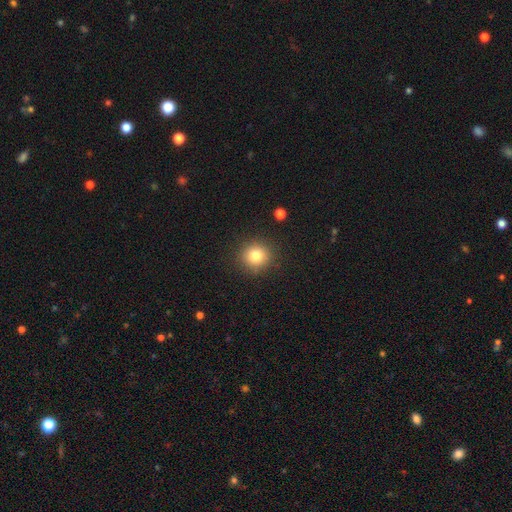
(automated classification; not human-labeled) Smooth or featured: smooth — 80% (star or artifact — 12%)
How rounded: round — 91% (in between — 8%)
Merging: none — 89% (minor disturbance — 7%)